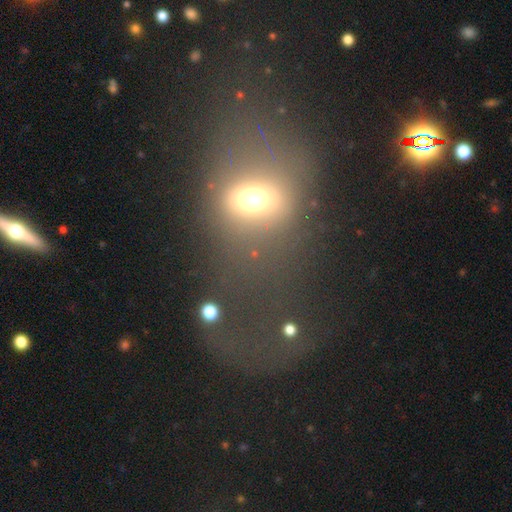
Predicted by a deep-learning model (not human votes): The model was most divided on "merging": none: 41%, major disturbance: 37%, minor disturbance: 15%, merger: 8%. Remaining: smooth or featured — smooth (45%).